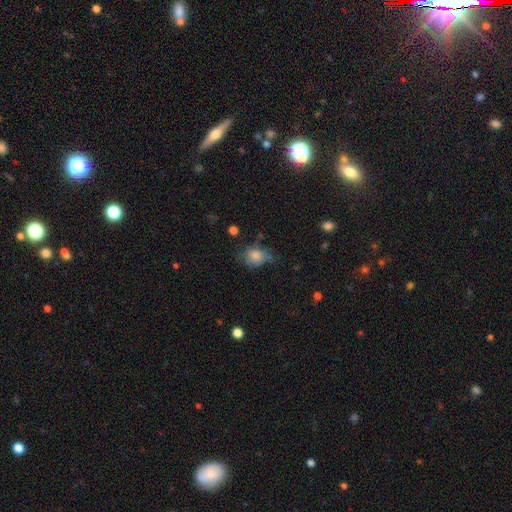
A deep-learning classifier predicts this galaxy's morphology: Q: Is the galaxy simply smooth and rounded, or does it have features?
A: smooth — 78%.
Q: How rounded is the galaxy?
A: round — 57%.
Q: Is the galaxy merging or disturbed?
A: none — 48%.